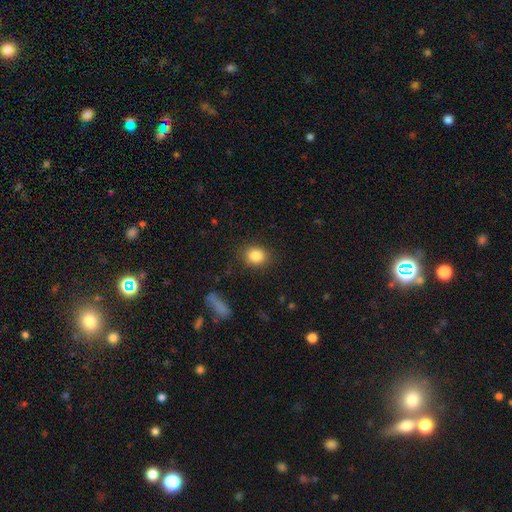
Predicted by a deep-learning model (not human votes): smooth_or_featured: smooth (p=0.85) [alt: star or artifact p=0.09]
how_rounded: round (p=0.64) [alt: in between p=0.35]
merging: none (p=0.86) [alt: minor disturbance p=0.09]